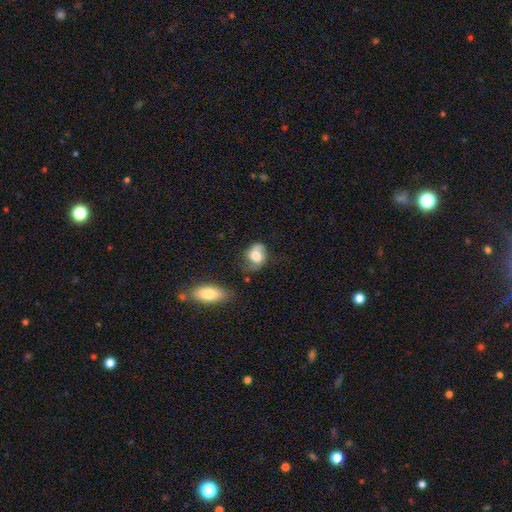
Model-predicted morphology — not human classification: Smooth or featured?
  - smooth: 63% *
  - featured or disk: 29%
  - star or artifact: 8%
How rounded?
  - in between: 65% *
  - round: 33%
  - cigar-shaped: 2%
Merging?
  - none: 51% *
  - minor disturbance: 31%
  - major disturbance: 12%
  - merger: 6%